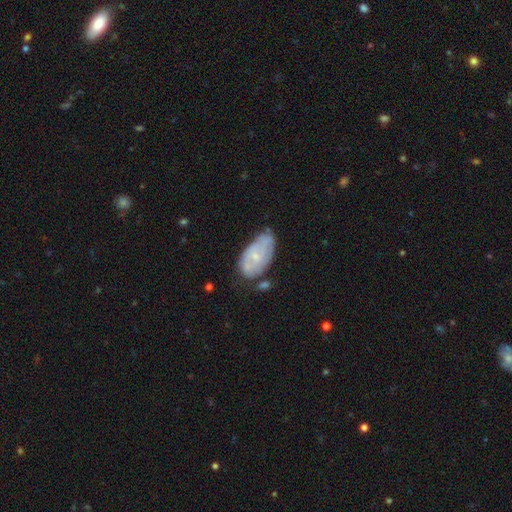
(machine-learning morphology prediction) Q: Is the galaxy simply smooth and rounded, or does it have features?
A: featured or disk — 53%.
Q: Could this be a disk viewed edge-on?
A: no — 94%.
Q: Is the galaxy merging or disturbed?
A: none — 49%.